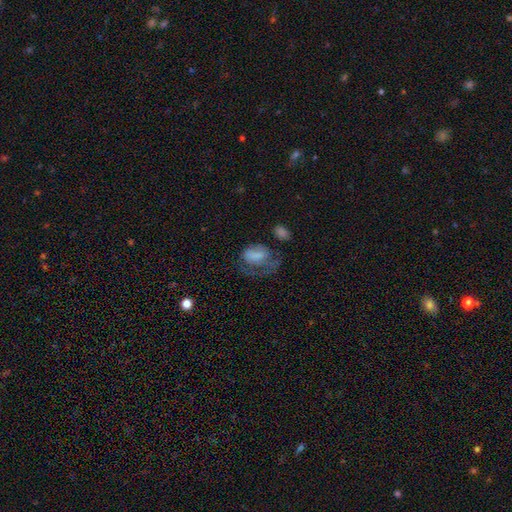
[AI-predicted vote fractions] Smooth or featured: smooth — 59% (featured or disk — 31%)
How rounded: in between — 71% (round — 27%)
Merging: major disturbance — 50% (none — 24%)